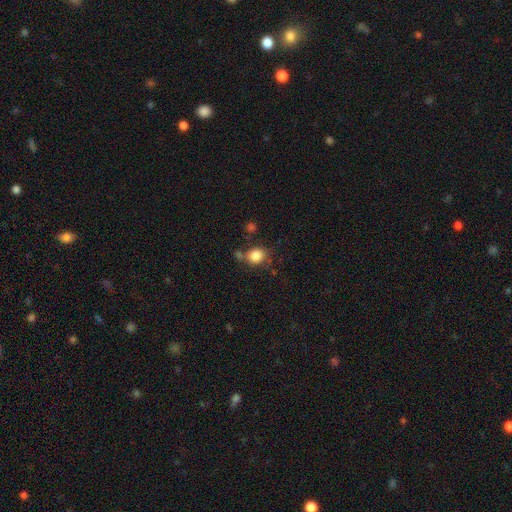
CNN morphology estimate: type=smooth (84%); roundness=round (69%); merging=none (66%).